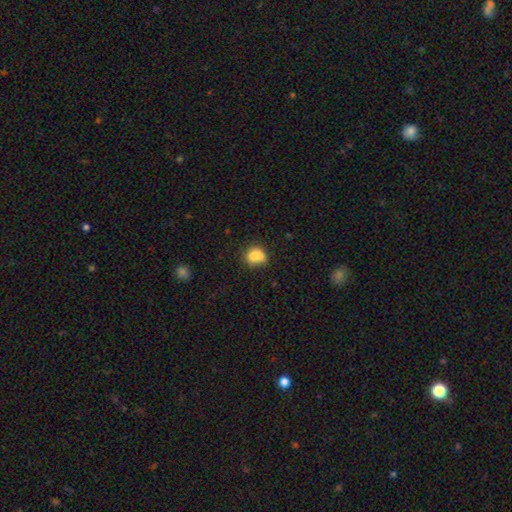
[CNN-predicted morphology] A smooth galaxy with no disk features (76%) that is round (60%).

Vote fractions:
- Smooth or featured? smooth: 76% / featured or disk: 14% / star or artifact: 10%
- How rounded? round: 60% / in between: 39% / cigar-shaped: 1%
- Merging? none: 39% / merger: 38% / minor disturbance: 17% / major disturbance: 7%